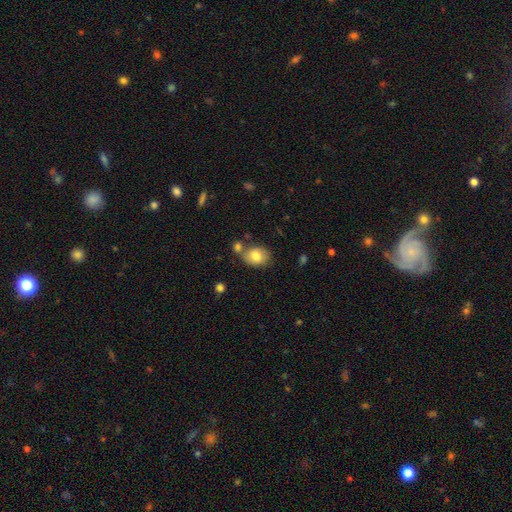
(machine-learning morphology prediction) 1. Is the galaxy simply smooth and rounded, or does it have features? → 80% smooth, 12% featured or disk, 8% star or artifact.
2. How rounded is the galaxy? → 65% in between, 34% round, 1% cigar-shaped.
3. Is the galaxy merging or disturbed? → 63% none, 17% merger, 15% minor disturbance, 4% major disturbance.